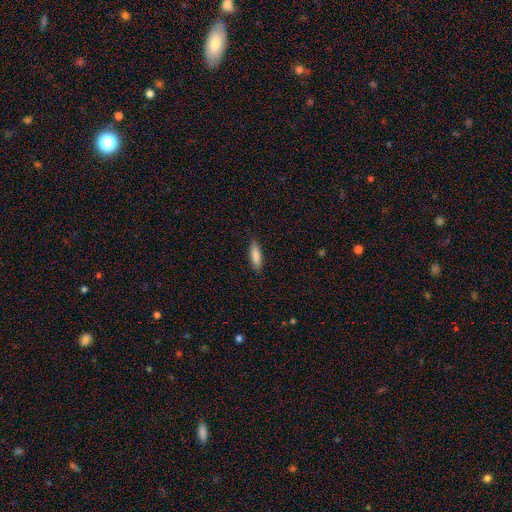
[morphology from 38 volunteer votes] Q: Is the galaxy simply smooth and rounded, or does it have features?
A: smooth — 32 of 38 (84%).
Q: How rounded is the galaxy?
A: cigar-shaped — 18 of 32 (56%).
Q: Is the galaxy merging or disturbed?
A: none — 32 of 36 (89%).